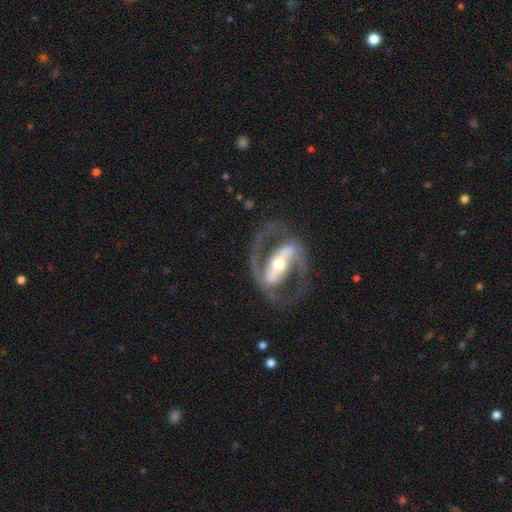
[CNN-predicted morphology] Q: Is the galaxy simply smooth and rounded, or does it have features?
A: featured or disk — 90%.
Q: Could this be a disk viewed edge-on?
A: no — 94%.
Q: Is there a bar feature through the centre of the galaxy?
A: strong — 69%.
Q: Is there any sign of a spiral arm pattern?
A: yes — 94%.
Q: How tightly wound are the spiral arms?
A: medium — 56%.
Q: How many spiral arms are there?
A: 2 — 92%.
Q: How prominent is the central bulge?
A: moderate — 54%.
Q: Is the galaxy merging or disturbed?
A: none — 76%.